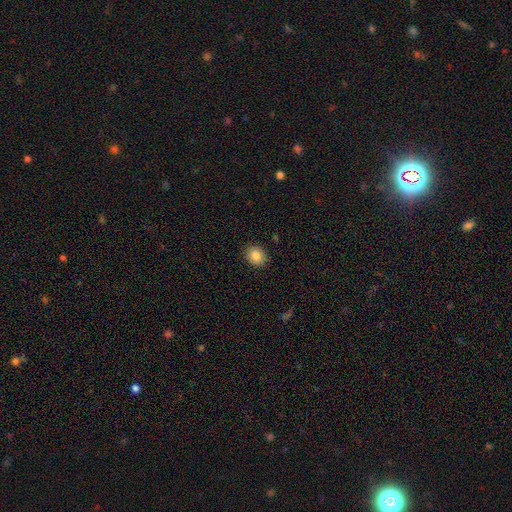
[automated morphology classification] Smooth or featured? smooth (86%)
How rounded? round (56%)
Merging? none (88%)